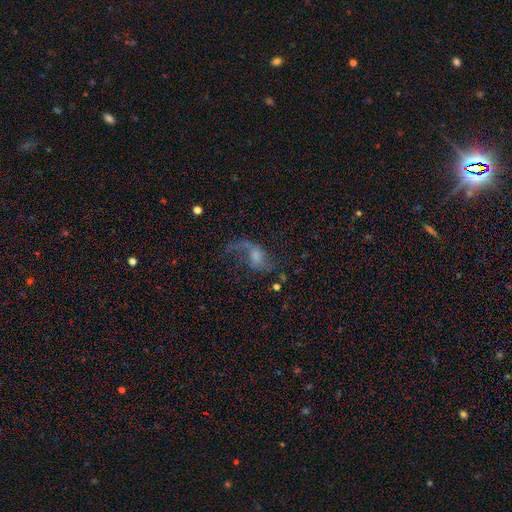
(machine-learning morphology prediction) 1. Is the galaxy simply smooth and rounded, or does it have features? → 73% featured or disk, 15% smooth, 12% star or artifact.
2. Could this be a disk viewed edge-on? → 95% no, 5% yes.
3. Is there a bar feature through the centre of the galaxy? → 54% no, 38% weak, 8% strong.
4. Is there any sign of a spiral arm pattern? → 90% yes, 10% no.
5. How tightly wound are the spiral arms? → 84% loose, 13% medium, 3% tight.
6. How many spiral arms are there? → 70% 2, 24% 1, 3% can't tell, 1% 3, 1% 4, 1% more than 4.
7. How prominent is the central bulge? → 39% moderate, 35% small, 13% none, 10% large, 2% dominant.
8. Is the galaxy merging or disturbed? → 51% none, 27% major disturbance, 18% minor disturbance, 4% merger.